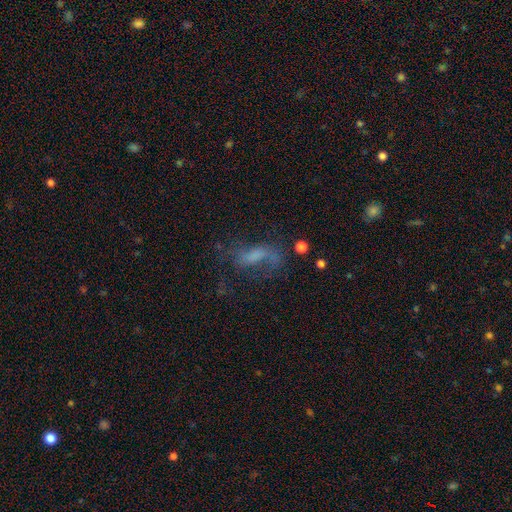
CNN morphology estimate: Smooth or featured: featured or disk — 52% (smooth — 31%)
Edge-on disk: no — 90% (yes — 10%)
Merging: none — 42% (major disturbance — 34%)